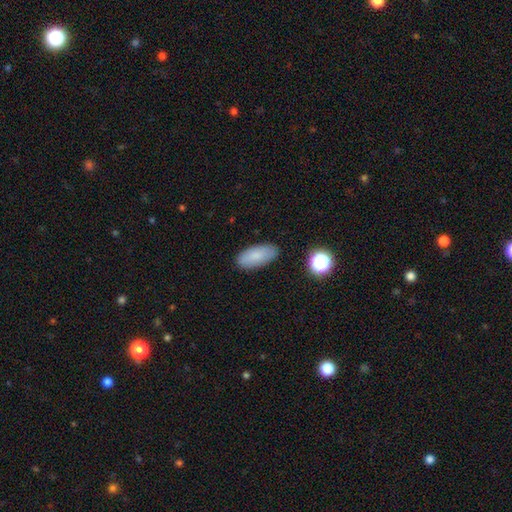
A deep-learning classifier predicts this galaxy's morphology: Q: Smooth or featured?
A: smooth (83%); runner-up: featured or disk (9%)
Q: How rounded?
A: in between (88%); runner-up: cigar-shaped (10%)
Q: Merging?
A: none (87%); runner-up: minor disturbance (10%)